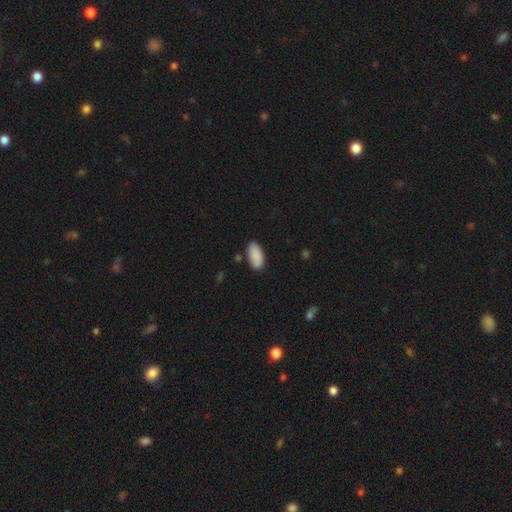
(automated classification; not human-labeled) Smooth or featured? smooth (89%)
How rounded? in between (92%)
Merging? none (83%)